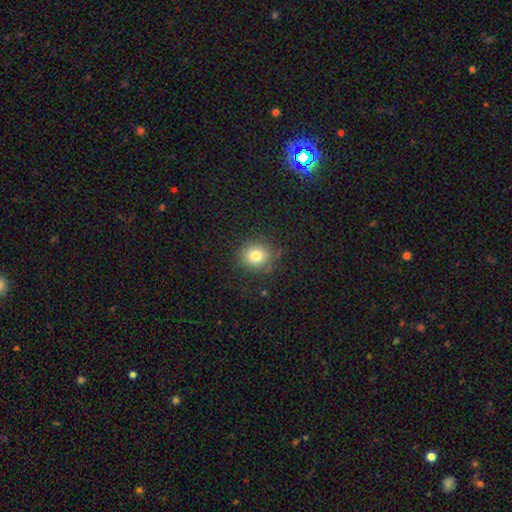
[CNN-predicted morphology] smooth-or-featured: smooth: 80% | star or artifact: 12% | featured or disk: 8%
  how-rounded: round: 77% | in between: 22% | cigar-shaped: 1%
  merging: none: 84% | minor disturbance: 11% | major disturbance: 4% | merger: 1%